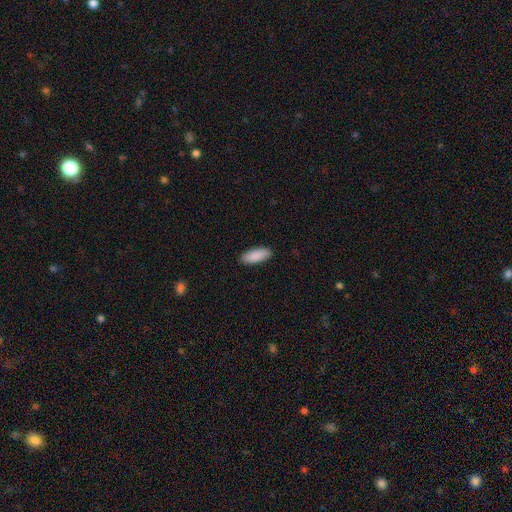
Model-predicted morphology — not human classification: smooth 90%, star or artifact 6%, featured or disk 4%. Down the decision tree: how rounded — in between (75%); merging — none (90%).